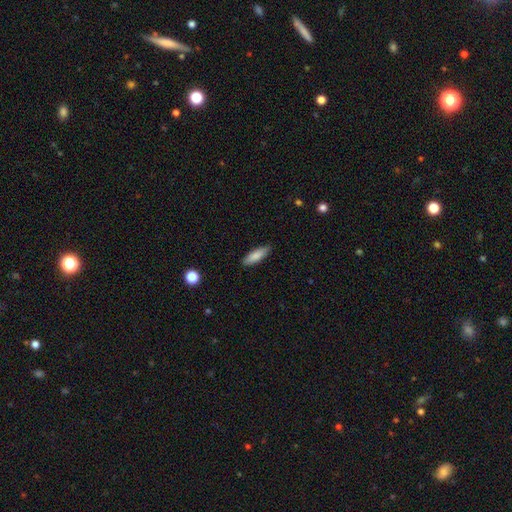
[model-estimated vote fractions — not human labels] A smooth galaxy with no disk features (84%) that is cigar-shaped (50%).

Vote fractions:
- Smooth or featured? smooth: 84% / featured or disk: 9% / star or artifact: 6%
- How rounded? cigar-shaped: 50% / in between: 49% / round: 2%
- Merging? none: 86% / minor disturbance: 11% / major disturbance: 2% / merger: 1%